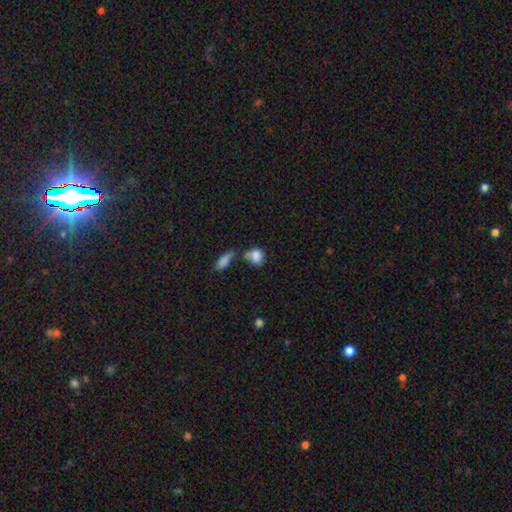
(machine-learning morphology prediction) This is clearly a smooth galaxy (83%). How rounded: possibly round (52%). Merging: marginally none (42%).